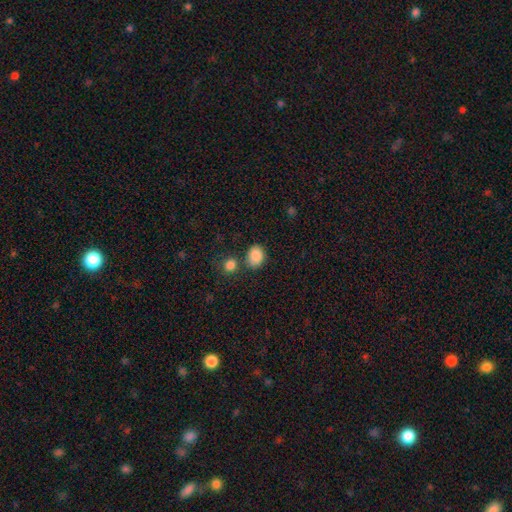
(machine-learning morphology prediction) smooth_or_featured: smooth (p=0.86) [alt: star or artifact p=0.08]
how_rounded: in between (p=0.58) [alt: round p=0.41]
merging: none (p=0.70) [alt: minor disturbance p=0.14]